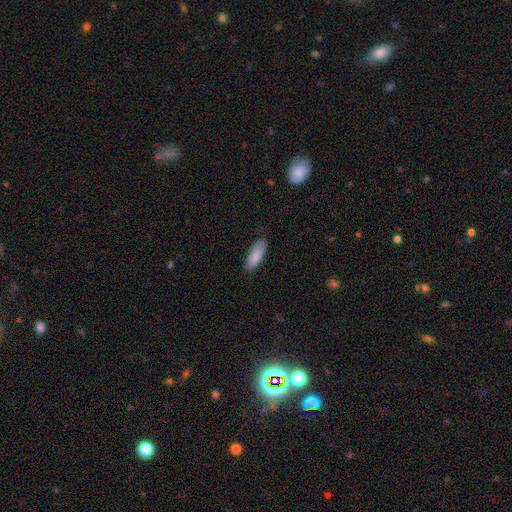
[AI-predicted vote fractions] A smooth galaxy with no disk features (86%) that is in between round and cigar-shaped (67%). Merging: none (84%).